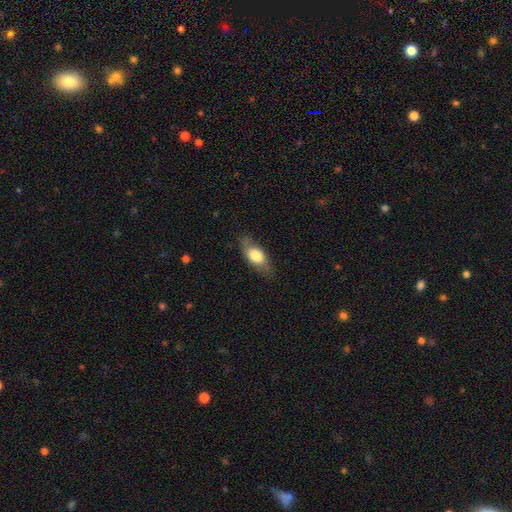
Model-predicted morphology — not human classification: smooth 69%, featured or disk 25%, star or artifact 6%. Down the decision tree: how rounded — in between (81%); merging — none (77%).